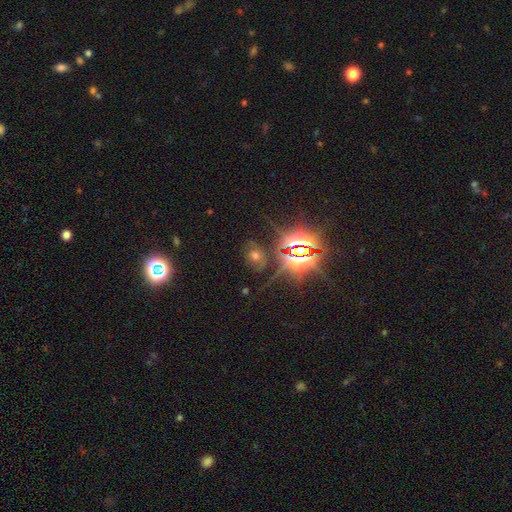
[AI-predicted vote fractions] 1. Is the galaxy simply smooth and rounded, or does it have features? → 50% star or artifact, 32% smooth, 19% featured or disk.